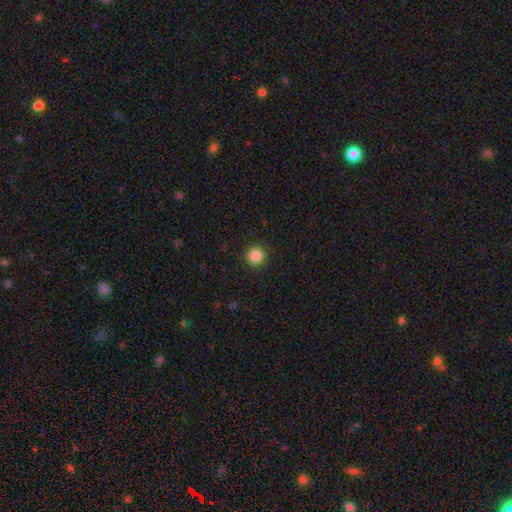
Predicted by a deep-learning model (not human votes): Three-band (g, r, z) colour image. It shows a smooth galaxy with no disk features (86%) that is round (95%). Merging: none (92%).